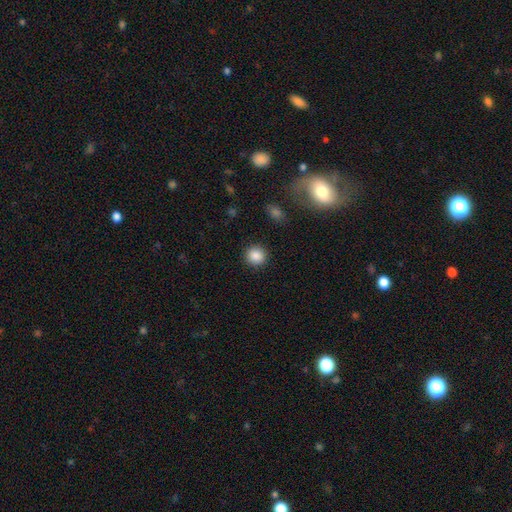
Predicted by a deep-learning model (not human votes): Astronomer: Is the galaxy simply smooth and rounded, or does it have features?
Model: smooth — 87%.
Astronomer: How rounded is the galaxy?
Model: round — 90%.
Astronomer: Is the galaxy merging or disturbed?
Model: none — 91%.